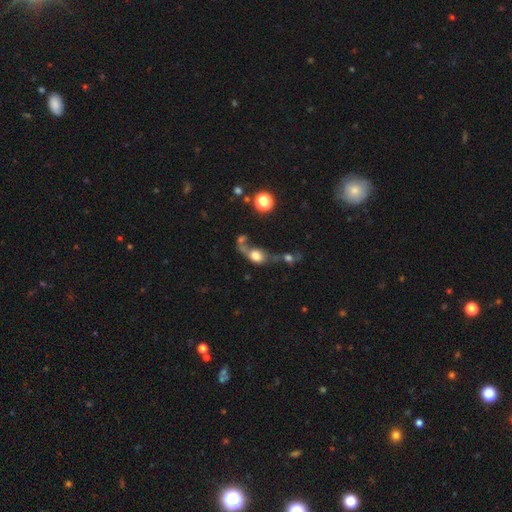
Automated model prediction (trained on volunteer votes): Smooth or featured? Predicted: smooth (p=0.63). How rounded? Predicted: in between (p=0.54). Merging? Predicted: merger (p=0.50).